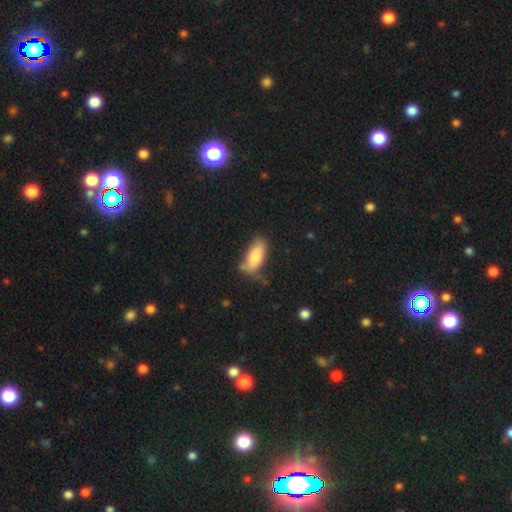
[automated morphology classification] Smooth or featured? Predicted: smooth (p=0.81). How rounded? Predicted: in between (p=0.81). Merging? Predicted: none (p=0.58).